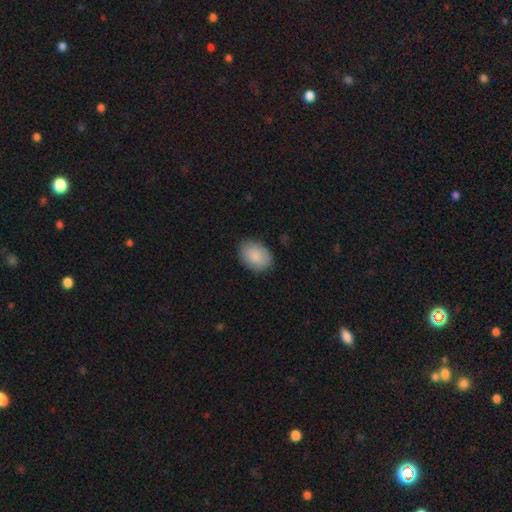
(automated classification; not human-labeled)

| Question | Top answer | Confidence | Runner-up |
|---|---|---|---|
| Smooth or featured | smooth | 87% | featured or disk (7%) |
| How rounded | in between | 74% | round (25%) |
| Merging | none | 82% | minor disturbance (14%) |